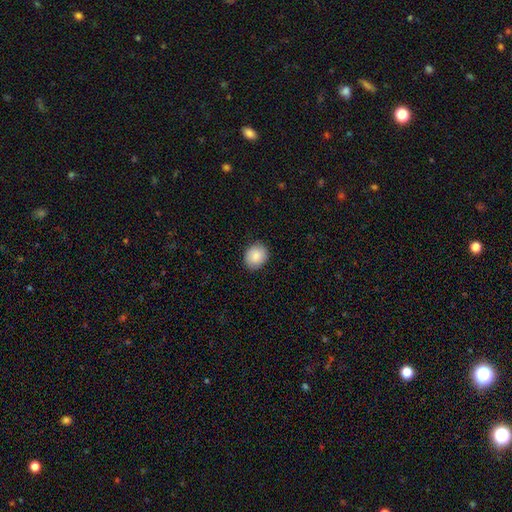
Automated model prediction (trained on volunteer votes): A smooth galaxy with no disk features (85%) that is round (71%). Merging: none (87%).